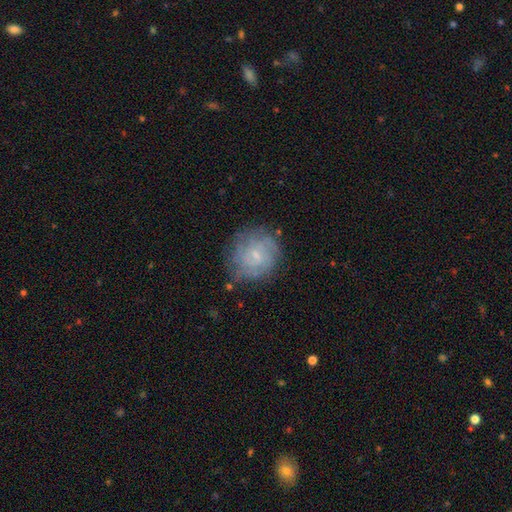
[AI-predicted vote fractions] Smooth or featured?
  - featured or disk: 59% *
  - smooth: 32%
  - star or artifact: 9%
Edge-on disk?
  - no: 98% *
  - yes: 2%
Bar?
  - no: 63% *
  - weak: 33%
  - strong: 4%
Spiral arms?
  - yes: 79% *
  - no: 21%
Bulge size?
  - small: 69% *
  - moderate: 20%
  - none: 9%
  - large: 1%
  - dominant: 1%
Merging?
  - none: 72% *
  - minor disturbance: 19%
  - major disturbance: 7%
  - merger: 2%